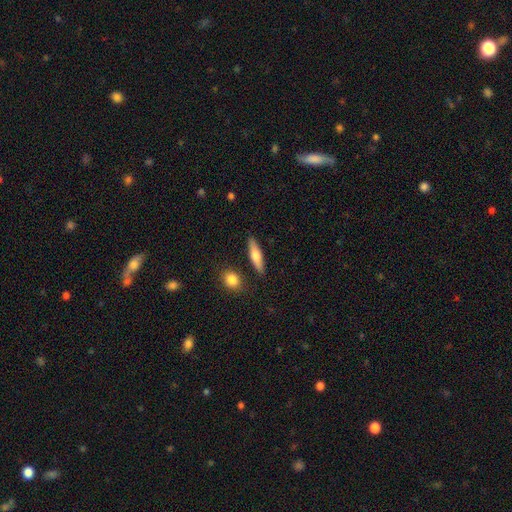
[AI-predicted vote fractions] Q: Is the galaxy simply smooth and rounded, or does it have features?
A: smooth — 62%.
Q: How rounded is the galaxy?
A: cigar-shaped — 68%.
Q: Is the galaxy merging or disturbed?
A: none — 85%.